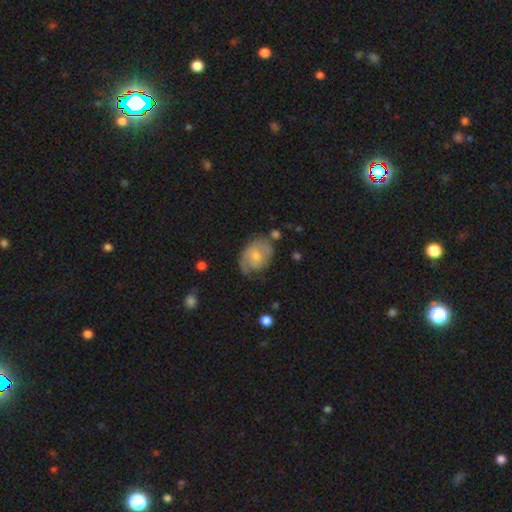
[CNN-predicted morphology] type=featured or disk (53%); edge-on=no (96%); bar=no (71%); spiral arms=yes (74%); bulge=moderate (50%); merging=none (48%).